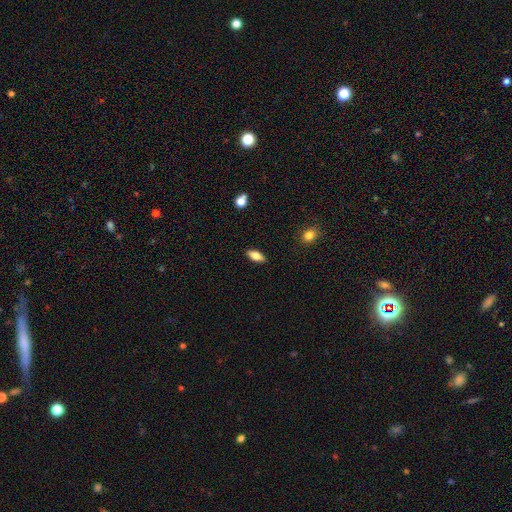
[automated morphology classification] type=smooth (74%); roundness=in between (82%); merging=none (89%).